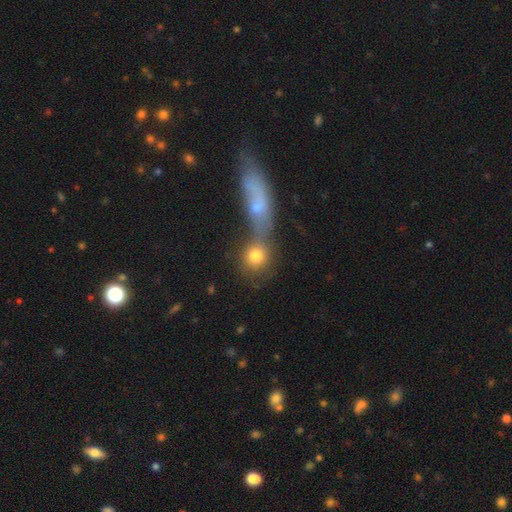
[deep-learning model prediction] Smooth or featured? Predicted: smooth (p=0.75). How rounded? Predicted: round (p=0.78). Merging? Predicted: merger (p=0.50).